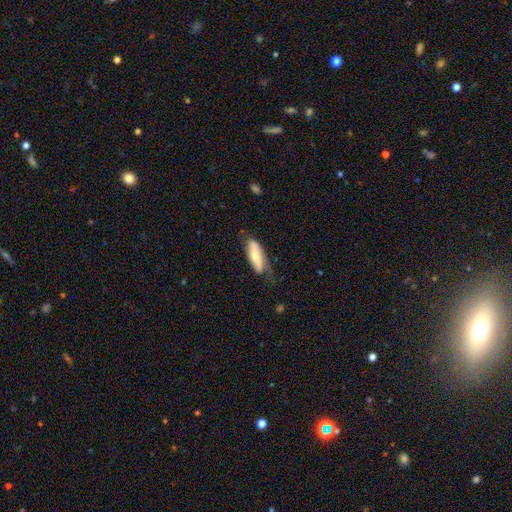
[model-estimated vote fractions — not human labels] smooth 53%, featured or disk 41%, star or artifact 6%. Down the decision tree: how rounded — in between (59%); merging — none (48%).